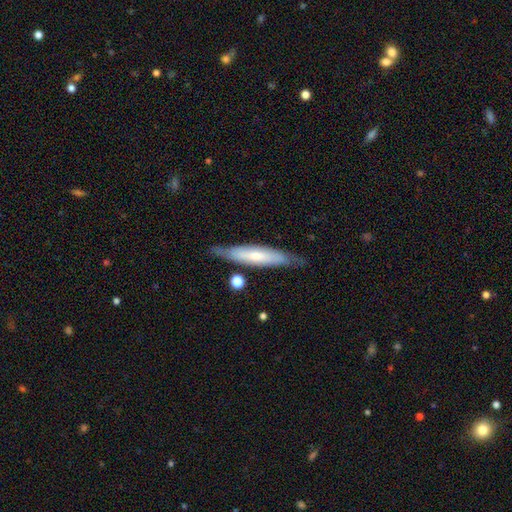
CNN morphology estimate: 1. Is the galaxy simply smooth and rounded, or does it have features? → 48% smooth, 46% featured or disk, 6% star or artifact.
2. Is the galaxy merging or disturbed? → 77% none, 17% minor disturbance, 4% major disturbance, 3% merger.